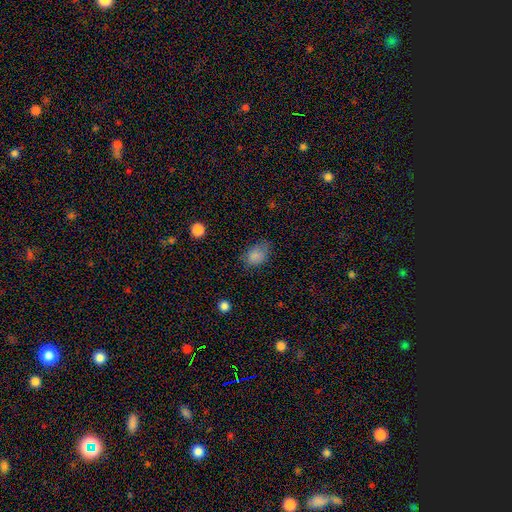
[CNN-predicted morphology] Smooth or featured? smooth (84%)
How rounded? in between (80%)
Merging? none (65%)